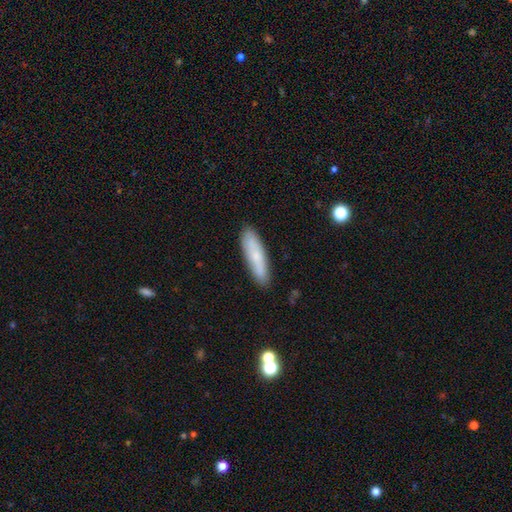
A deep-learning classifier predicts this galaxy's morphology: smooth_or_featured: smooth (p=0.71) [alt: featured or disk p=0.22]
how_rounded: cigar-shaped (p=0.73) [alt: in between p=0.25]
merging: none (p=0.85) [alt: minor disturbance p=0.11]